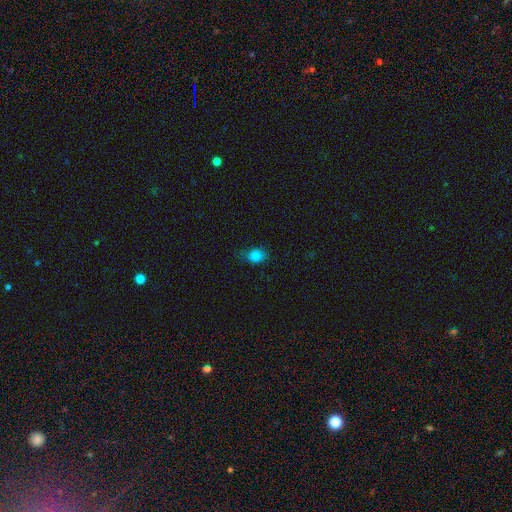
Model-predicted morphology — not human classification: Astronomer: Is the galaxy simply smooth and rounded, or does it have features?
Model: smooth — 84%.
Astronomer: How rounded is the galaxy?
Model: round — 57% (runner-up: in between, 42%).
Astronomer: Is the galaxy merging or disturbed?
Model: none — 75%.